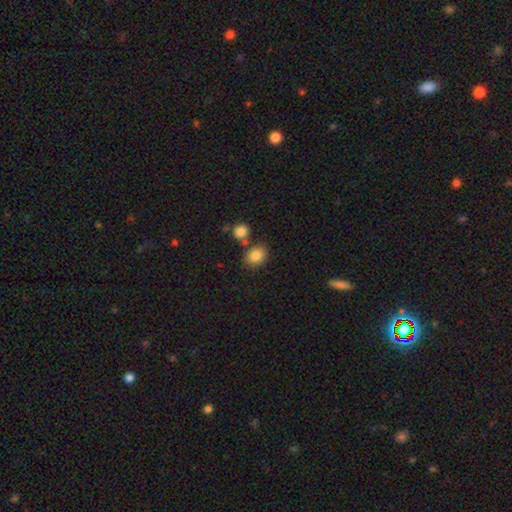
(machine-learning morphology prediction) Q: Smooth or featured?
A: smooth (84%); runner-up: star or artifact (9%)
Q: How rounded?
A: in between (60%); runner-up: round (39%)
Q: Merging?
A: none (72%); runner-up: merger (13%)